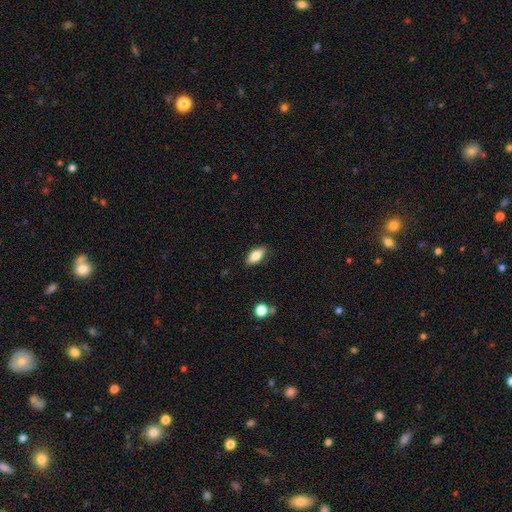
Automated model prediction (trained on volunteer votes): The model was most divided on "smooth or featured": smooth: 77%, featured or disk: 16%, star or artifact: 7%. More confident: merging — none (86%); how rounded — in between (85%).